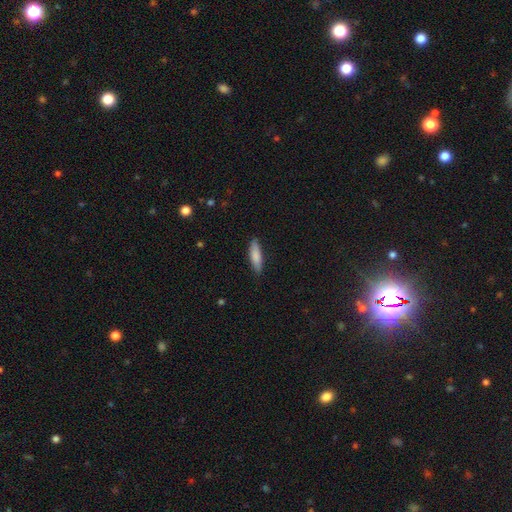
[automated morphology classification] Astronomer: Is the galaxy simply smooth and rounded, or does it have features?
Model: smooth — 81%.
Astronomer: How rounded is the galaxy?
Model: cigar-shaped — 69%.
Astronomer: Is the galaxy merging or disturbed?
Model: none — 86%.